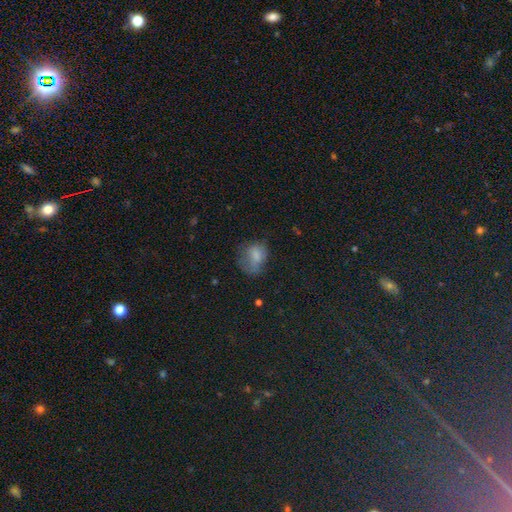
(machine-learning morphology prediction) type=smooth (72%); roundness=in between (54%); merging=none (41%).